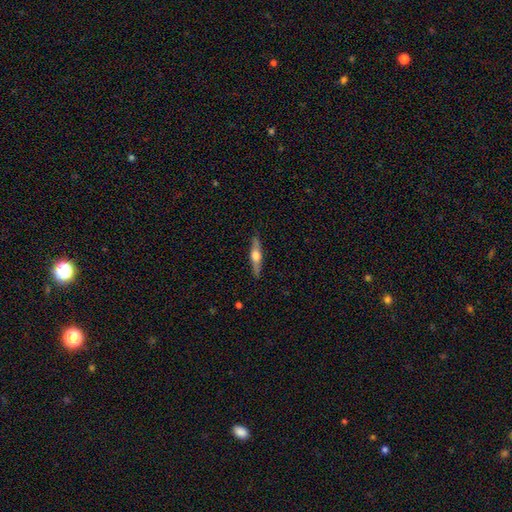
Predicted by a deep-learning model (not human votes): Overall: featured or disk (63%; smooth 31%). Edge-on disk: yes (96%). Edge-on bulge: rounded (93%). Merging: none (89%).